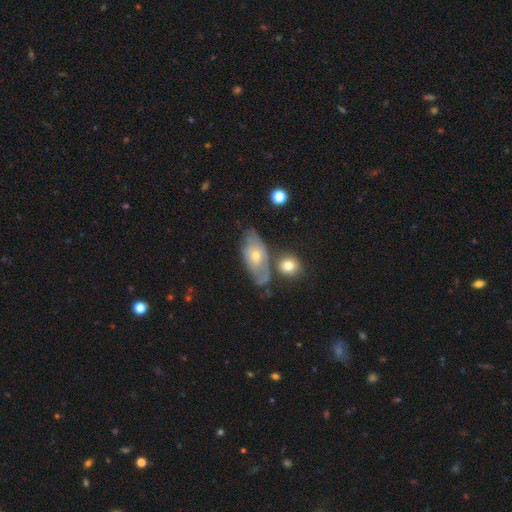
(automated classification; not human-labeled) The model was most divided on "smooth or featured": featured or disk: 53%, smooth: 39%, star or artifact: 9%. More confident: edge-on disk — no (84%); merging — none (53%).